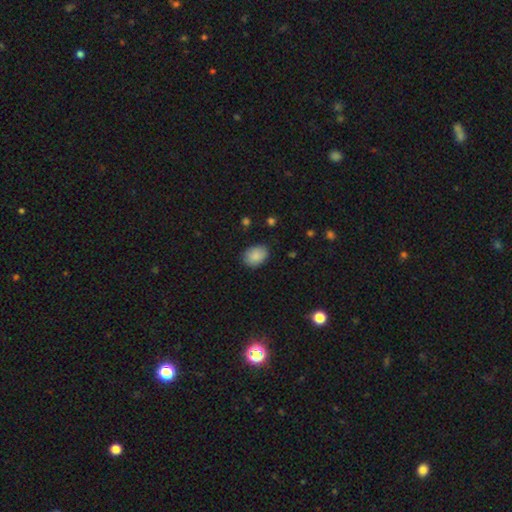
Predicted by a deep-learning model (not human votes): Overall: smooth (87%). How rounded: in between (70%). Merging: none (82%).